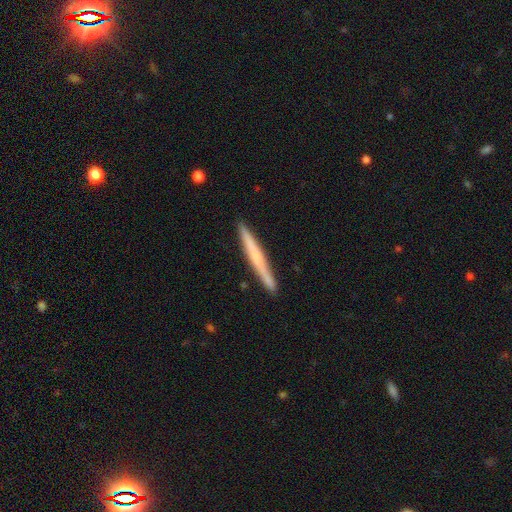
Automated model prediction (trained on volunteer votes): Smooth or featured?
  - smooth: 47% * (tied)
  - featured or disk: 47% * (tied)
  - star or artifact: 6%
Merging?
  - none: 90% *
  - minor disturbance: 7%
  - merger: 1%
  - major disturbance: 1%